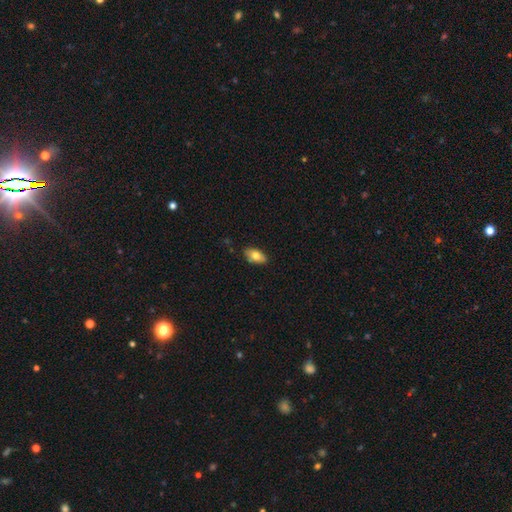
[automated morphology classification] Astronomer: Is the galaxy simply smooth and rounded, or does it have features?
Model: smooth — 74%.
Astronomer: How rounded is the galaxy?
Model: in between — 91%.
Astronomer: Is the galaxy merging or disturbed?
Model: none — 83%.